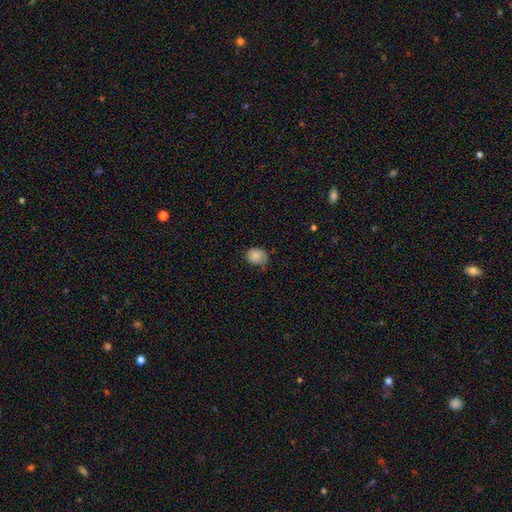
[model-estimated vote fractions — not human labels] This is clearly a smooth galaxy (83%). How rounded: possibly round (52%). Merging: possibly none (52%).